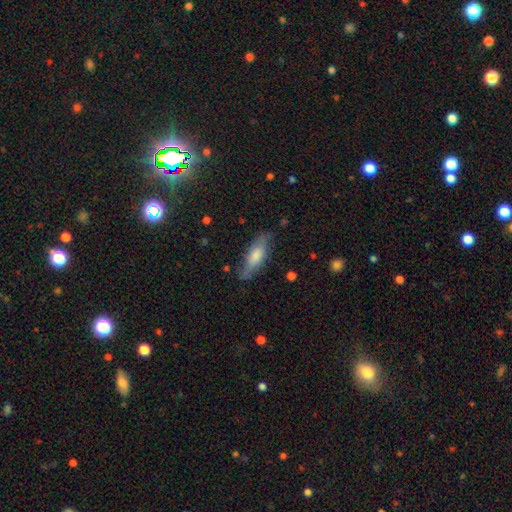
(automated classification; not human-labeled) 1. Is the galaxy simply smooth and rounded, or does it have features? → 67% smooth, 27% featured or disk, 6% star or artifact.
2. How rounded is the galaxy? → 64% in between, 34% cigar-shaped, 2% round.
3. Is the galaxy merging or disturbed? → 71% none, 22% minor disturbance, 6% major disturbance, 2% merger.